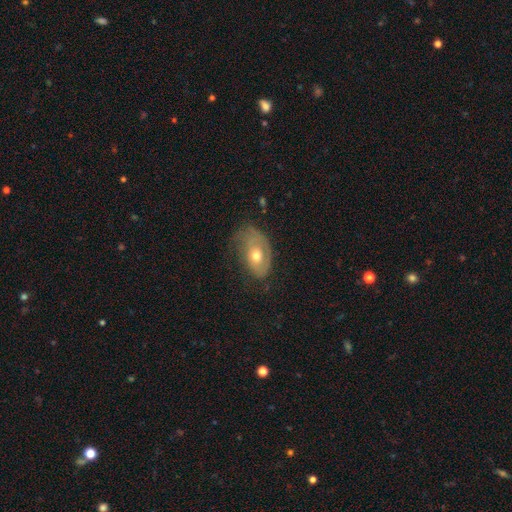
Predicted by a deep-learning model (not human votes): The model was most divided on "smooth or featured": smooth: 49%, featured or disk: 43%, star or artifact: 7%. Remaining: merging — none (42%).